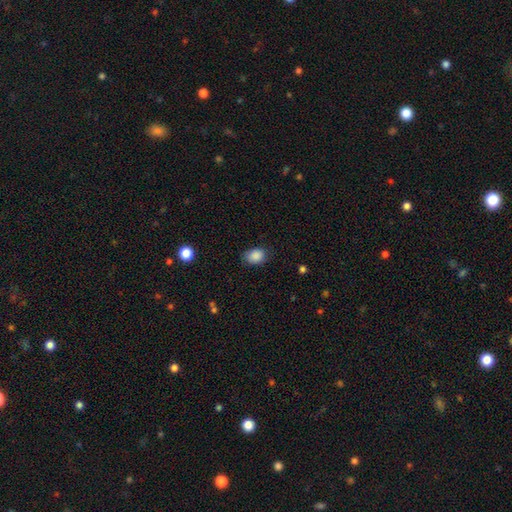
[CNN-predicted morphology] Smooth or featured? smooth (88%)
How rounded? in between (66%)
Merging? none (75%)